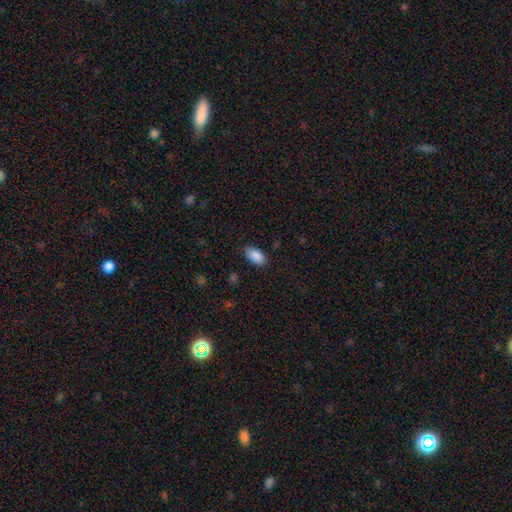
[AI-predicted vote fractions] Smooth or featured?
  - smooth: 90% *
  - star or artifact: 7%
  - featured or disk: 4%
How rounded?
  - in between: 94% *
  - cigar-shaped: 3%
  - round: 3%
Merging?
  - none: 85% *
  - minor disturbance: 11%
  - major disturbance: 3%
  - merger: 1%